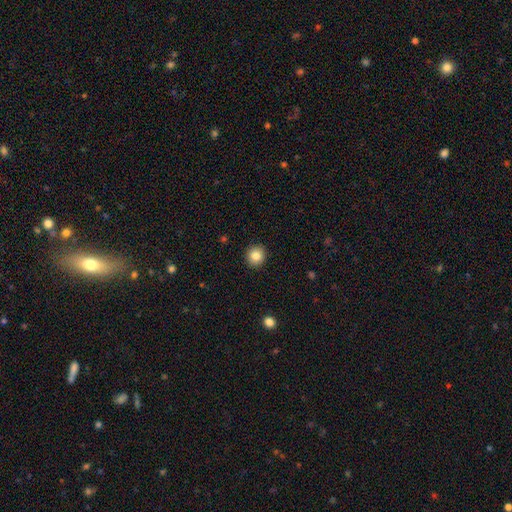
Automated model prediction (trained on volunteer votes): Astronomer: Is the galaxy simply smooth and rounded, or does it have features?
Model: smooth — 84%.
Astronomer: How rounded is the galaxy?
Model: round — 90%.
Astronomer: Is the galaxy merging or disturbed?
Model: none — 92%.